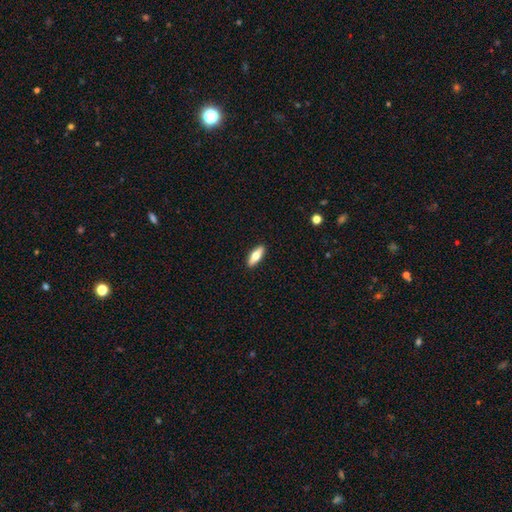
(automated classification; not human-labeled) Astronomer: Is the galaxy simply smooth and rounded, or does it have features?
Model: smooth — 61%.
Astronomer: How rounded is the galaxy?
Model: in between — 57% (runner-up: cigar-shaped, 40%).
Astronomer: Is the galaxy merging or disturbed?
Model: none — 91%.